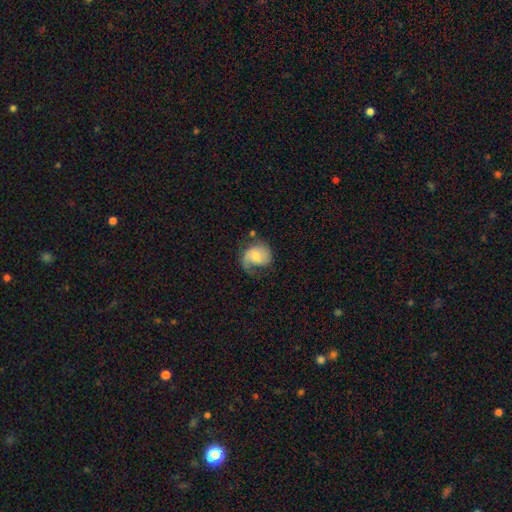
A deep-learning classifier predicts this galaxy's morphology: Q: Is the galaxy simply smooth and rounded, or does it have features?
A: featured or disk — 57%.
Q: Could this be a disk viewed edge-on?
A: no — 98%.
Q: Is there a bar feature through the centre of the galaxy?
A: no — 65%.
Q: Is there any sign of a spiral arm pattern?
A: yes — 87%.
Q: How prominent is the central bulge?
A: moderate — 50%.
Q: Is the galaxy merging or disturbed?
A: none — 45%.